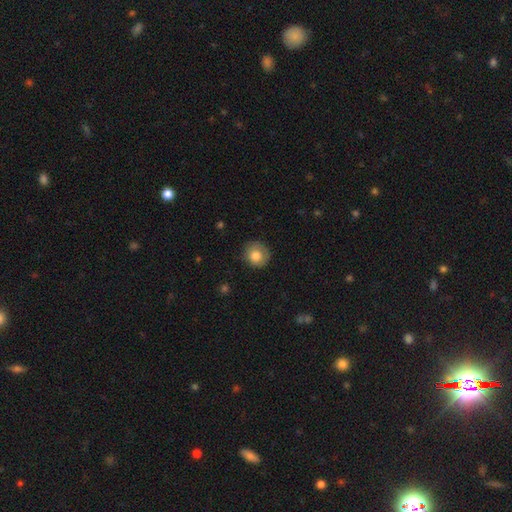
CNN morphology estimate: The model was most divided on "merging": none: 78%, minor disturbance: 16%, major disturbance: 4%, merger: 1%. More confident: how rounded — round (87%); smooth or featured — smooth (79%).